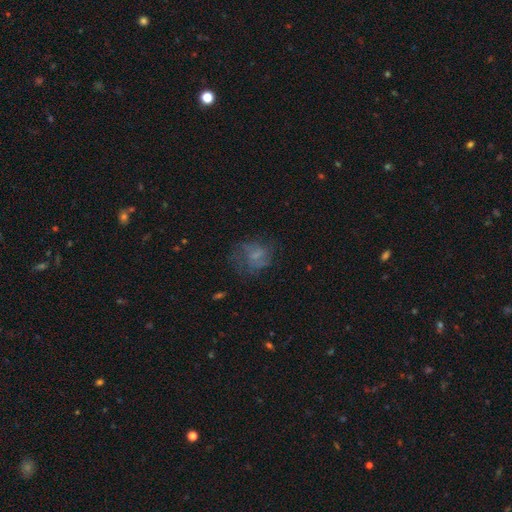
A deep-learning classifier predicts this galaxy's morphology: smooth-or-featured: smooth: 42% (tied) | featured or disk: 42% (tied) | star or artifact: 16%
  merging: none: 51% | major disturbance: 26% | minor disturbance: 22% | merger: 2%